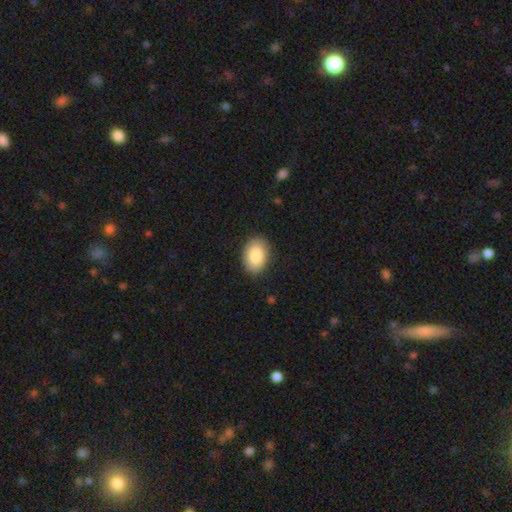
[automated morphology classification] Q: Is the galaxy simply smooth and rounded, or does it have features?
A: smooth — 88%.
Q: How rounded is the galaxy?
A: in between — 85%.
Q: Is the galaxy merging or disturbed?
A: none — 88%.